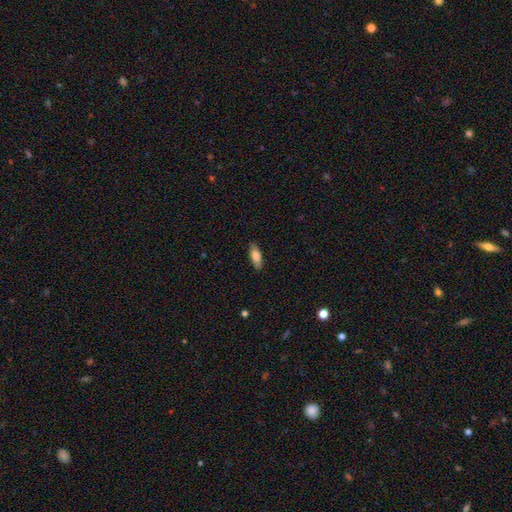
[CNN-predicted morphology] smooth_or_featured: smooth (p=0.78) [alt: featured or disk p=0.15]
how_rounded: in between (p=0.75) [alt: cigar-shaped p=0.22]
merging: none (p=0.87) [alt: minor disturbance p=0.10]